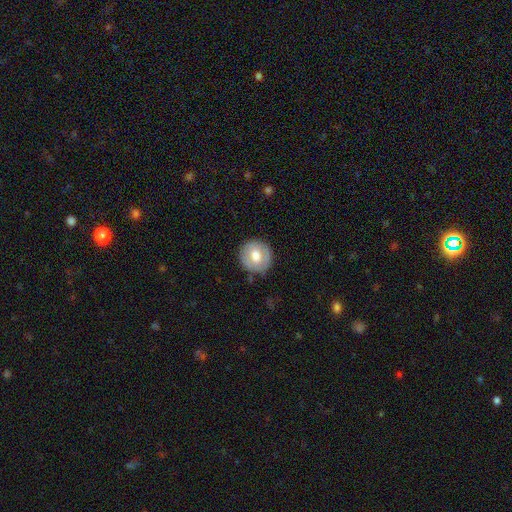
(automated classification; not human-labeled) Smooth or featured: smooth — 64% (featured or disk — 29%)
How rounded: round — 90% (in between — 9%)
Merging: none — 85% (minor disturbance — 11%)